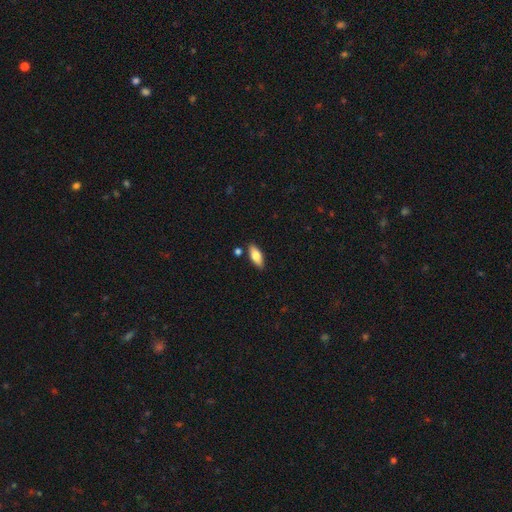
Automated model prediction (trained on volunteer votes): Smooth or featured: smooth — 74% (featured or disk — 20%)
How rounded: in between — 79% (cigar-shaped — 19%)
Merging: none — 84% (minor disturbance — 10%)